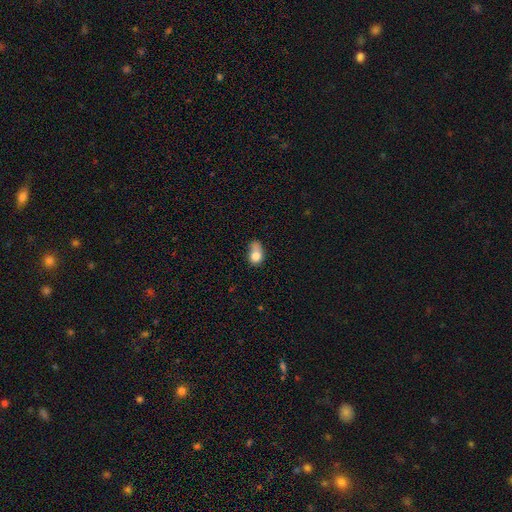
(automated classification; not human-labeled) Smooth or featured?
  - smooth: 77% *
  - featured or disk: 13%
  - star or artifact: 10%
How rounded?
  - in between: 62% *
  - round: 36%
  - cigar-shaped: 2%
Merging?
  - minor disturbance: 33% *
  - none: 29%
  - major disturbance: 23%
  - merger: 15%